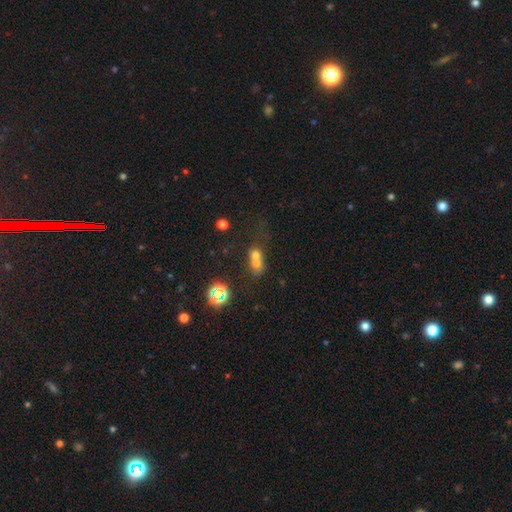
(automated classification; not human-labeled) Smooth or featured? Predicted: smooth (p=0.61). How rounded? Predicted: round (p=0.64). Merging? Predicted: merger (p=0.64).